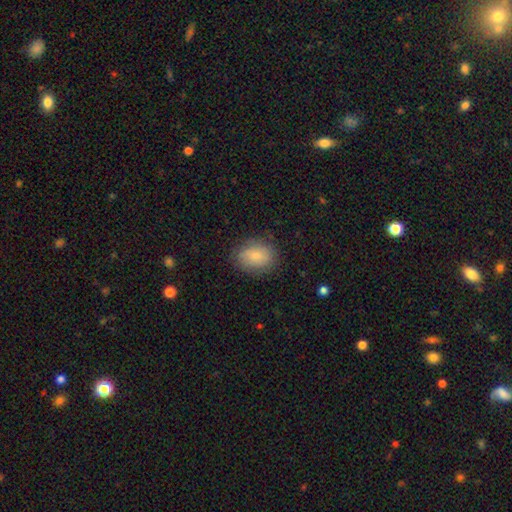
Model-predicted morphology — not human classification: Smooth or featured?
  - smooth: 82% *
  - featured or disk: 11%
  - star or artifact: 7%
How rounded?
  - in between: 67% *
  - round: 31%
  - cigar-shaped: 1%
Merging?
  - none: 81% *
  - minor disturbance: 14%
  - major disturbance: 4%
  - merger: 1%